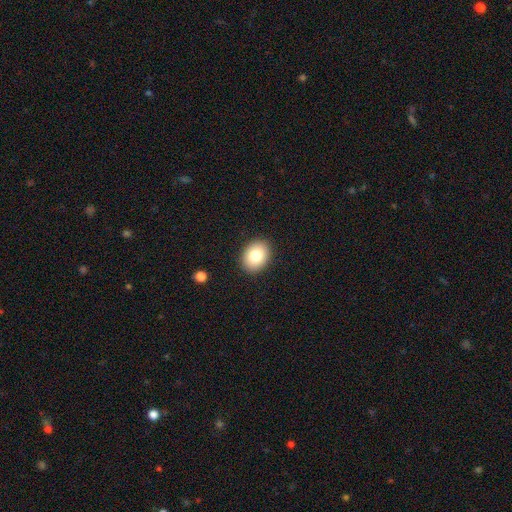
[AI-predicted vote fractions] Overall: smooth (81%). How rounded: in between (63%; round 36%). Merging: none (90%).